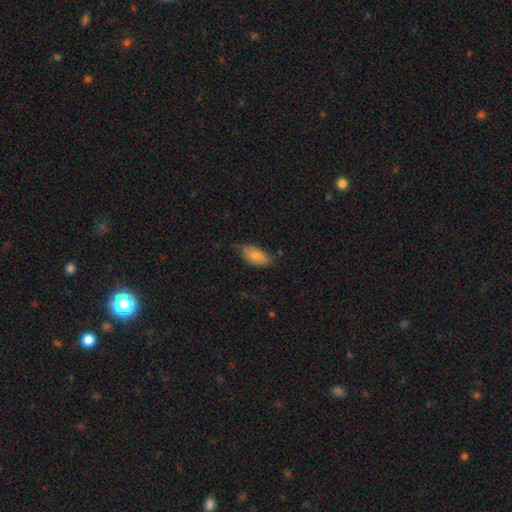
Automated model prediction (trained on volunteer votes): smooth 84%, featured or disk 9%, star or artifact 6%. Down the decision tree: how rounded — in between (93%); merging — none (61%).